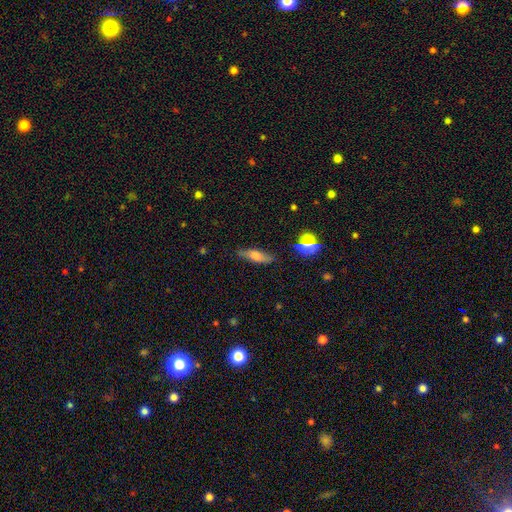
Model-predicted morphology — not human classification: A smooth galaxy with no disk features (62%) that is cigar-shaped (51%). Merging: none (80%).